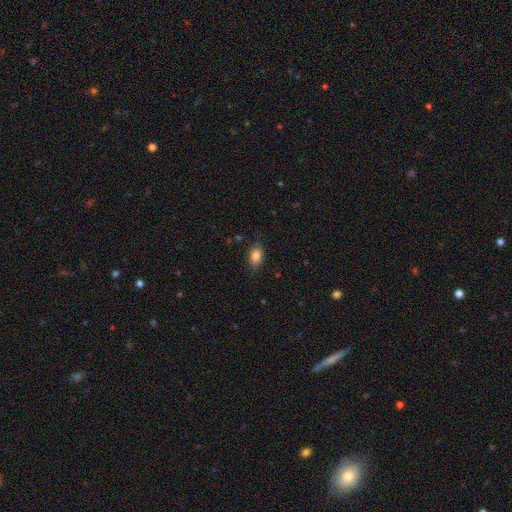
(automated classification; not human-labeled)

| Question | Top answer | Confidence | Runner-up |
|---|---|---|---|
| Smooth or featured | smooth | 84% | star or artifact (8%) |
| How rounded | in between | 87% | round (10%) |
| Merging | none | 80% | minor disturbance (15%) |